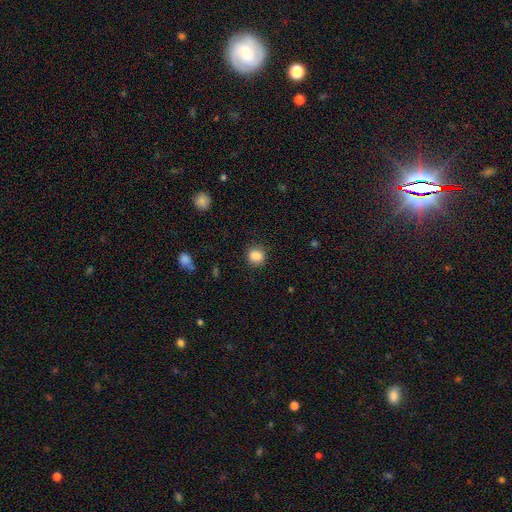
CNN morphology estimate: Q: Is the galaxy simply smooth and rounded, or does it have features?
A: smooth — 87%.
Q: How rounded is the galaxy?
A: round — 72%.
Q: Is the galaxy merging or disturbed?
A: none — 85%.